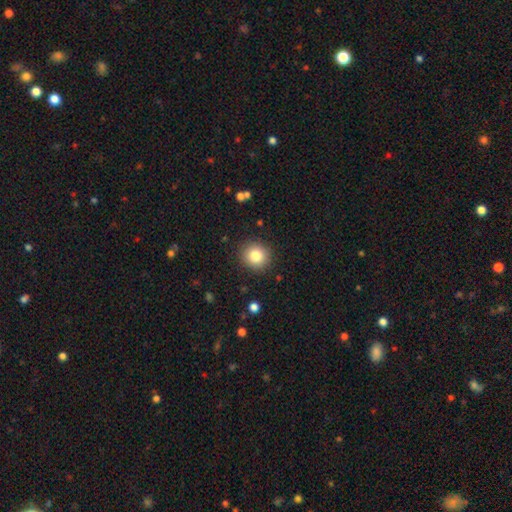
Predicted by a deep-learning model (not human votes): smooth 82%, star or artifact 10%, featured or disk 7%. Down the decision tree: how rounded — round (90%); merging — none (90%).